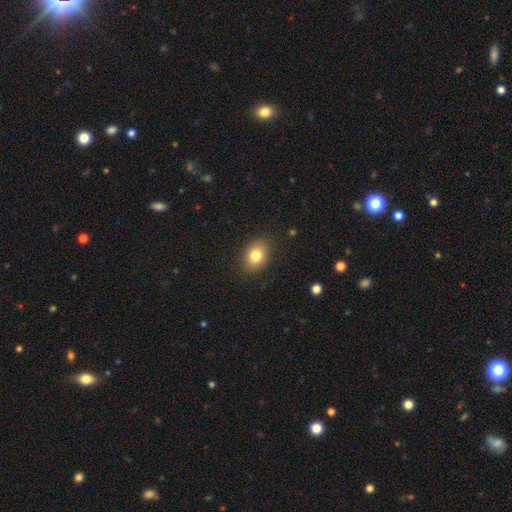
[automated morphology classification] Overall: smooth (81%). How rounded: in between (66%; round 32%). Merging: none (86%).